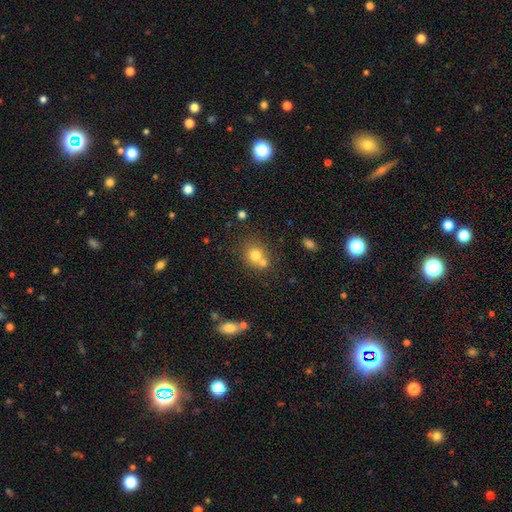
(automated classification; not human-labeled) smooth_or_featured: smooth (p=0.75) [alt: star or artifact p=0.13]
how_rounded: round (p=0.76) [alt: in between p=0.23]
merging: none (p=0.51) [alt: merger p=0.35]